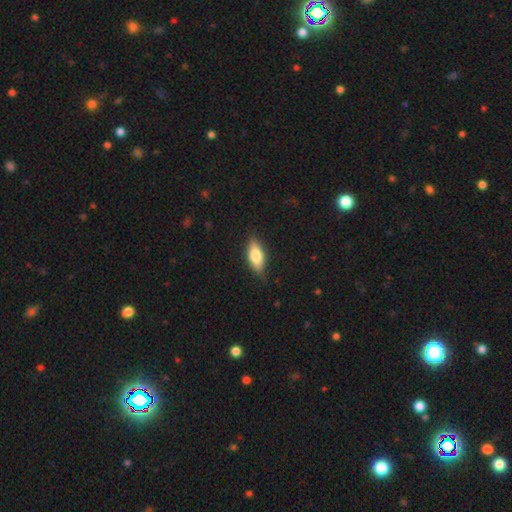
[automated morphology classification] A smooth galaxy with no disk features (73%) that is in between round and cigar-shaped (78%).

Vote fractions:
- Smooth or featured? smooth: 73% / featured or disk: 20% / star or artifact: 7%
- How rounded? in between: 78% / cigar-shaped: 19% / round: 3%
- Merging? none: 81% / minor disturbance: 15% / major disturbance: 3% / merger: 1%